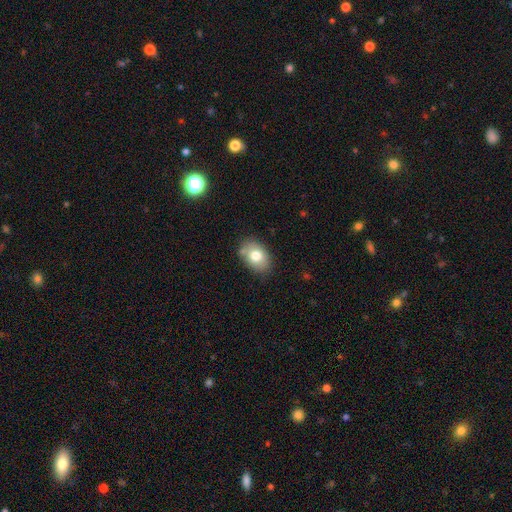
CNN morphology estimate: smooth 77%, featured or disk 15%, star or artifact 8%. Down the decision tree: how rounded — in between (80%); merging — none (77%).